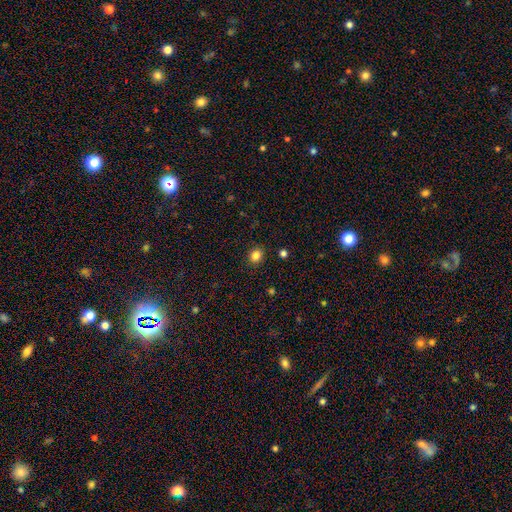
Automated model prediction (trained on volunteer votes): Smooth or featured: smooth — 84% (star or artifact — 11%)
How rounded: round — 65% (in between — 34%)
Merging: none — 90% (minor disturbance — 7%)